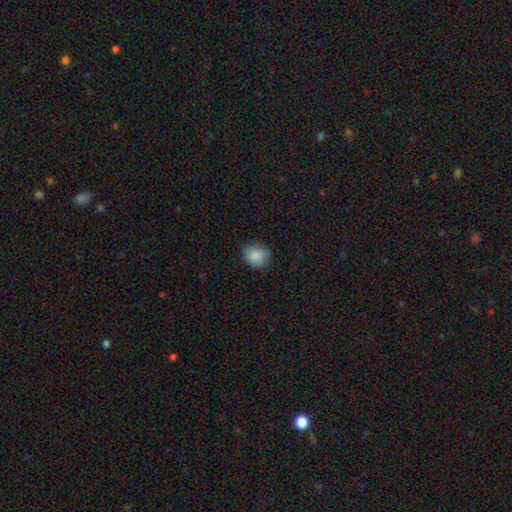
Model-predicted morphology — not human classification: This appears to be a smooth galaxy with no disk features (88%) that is round (80%). Merging: none (81%).